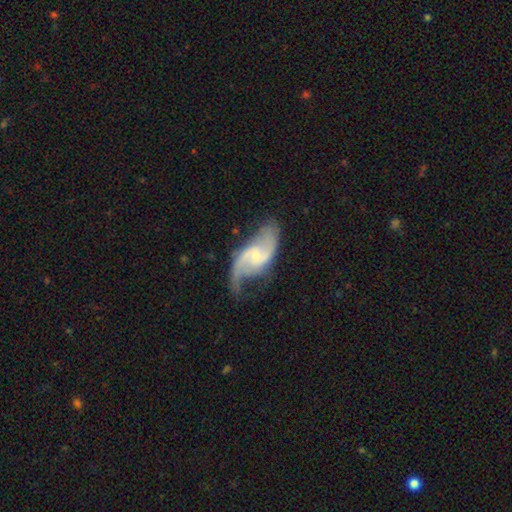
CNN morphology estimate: Smooth or featured? Predicted: featured or disk (p=0.87). Edge-on disk? Predicted: no (p=0.96). Bar? Predicted: weak (p=0.46). Spiral arms? Predicted: yes (p=0.96). Spiral winding? Predicted: loose (p=0.61). Spiral arm count? Predicted: 2 (p=0.89). Bulge size? Predicted: small (p=0.68). Merging? Predicted: none (p=0.60).